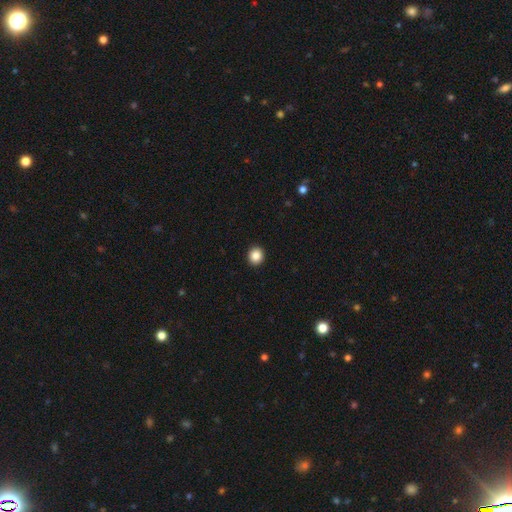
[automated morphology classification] This appears to be a smooth galaxy with no disk features (87%) that is round (85%). Merging: none (93%).